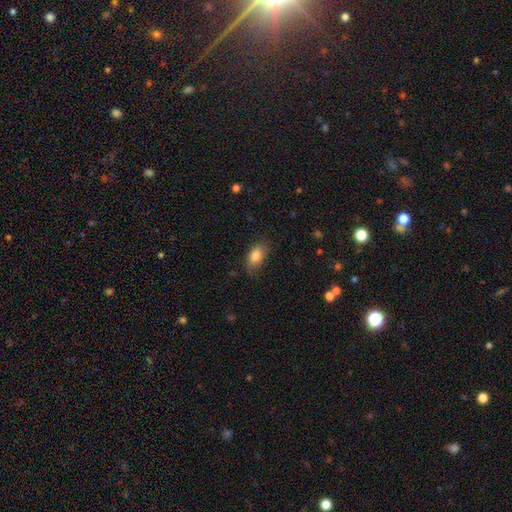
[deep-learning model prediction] A smooth galaxy with no disk features (83%) that is in between round and cigar-shaped (90%). Merging: none (74%).